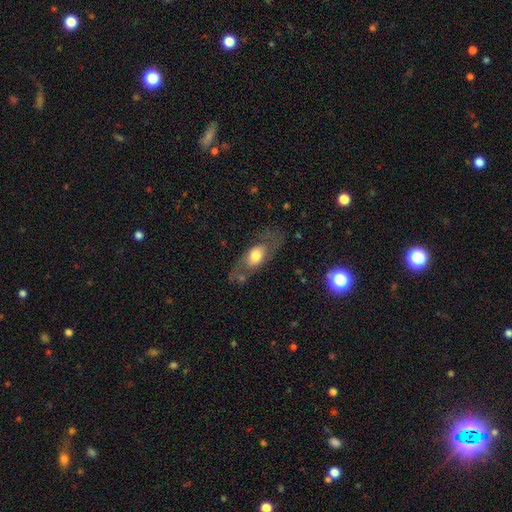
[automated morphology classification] This is possibly a smooth galaxy (47%). Merging: likely none (66%).